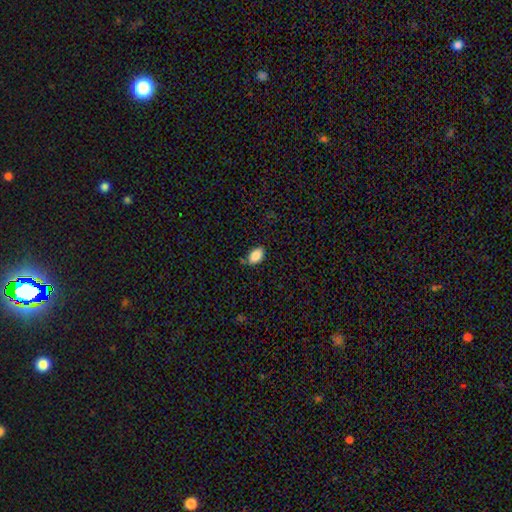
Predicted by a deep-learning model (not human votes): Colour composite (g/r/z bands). It shows a smooth galaxy with no disk features (87%) that is in between round and cigar-shaped (92%). Merging: none (72%).